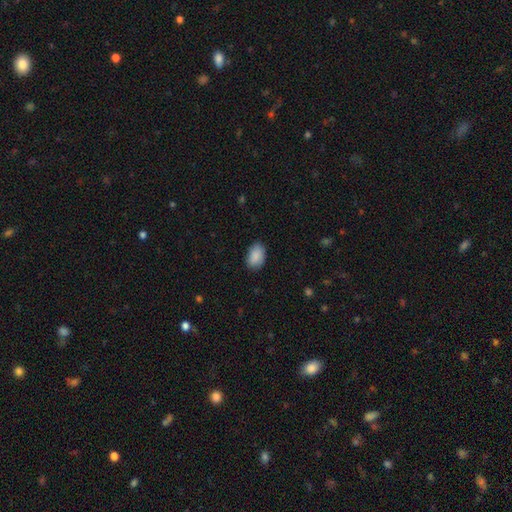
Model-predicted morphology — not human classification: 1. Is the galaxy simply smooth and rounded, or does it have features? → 89% smooth, 7% star or artifact, 4% featured or disk.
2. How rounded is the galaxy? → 90% in between, 9% round, 1% cigar-shaped.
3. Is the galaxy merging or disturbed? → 82% none, 14% minor disturbance, 3% major disturbance, 1% merger.